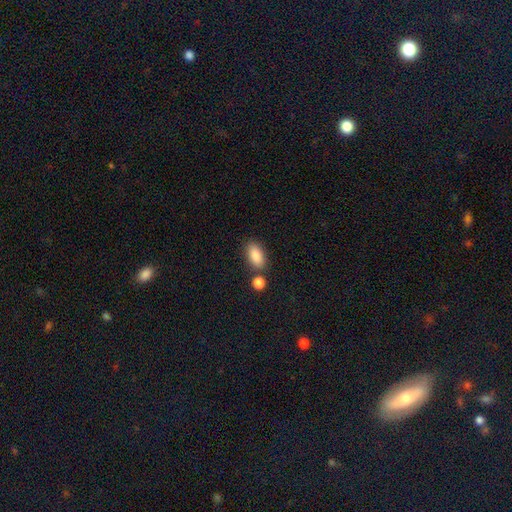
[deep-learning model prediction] smooth_or_featured: smooth (p=0.87) [alt: star or artifact p=0.07]
how_rounded: in between (p=0.91) [alt: cigar-shaped p=0.05]
merging: none (p=0.74) [alt: minor disturbance p=0.12]